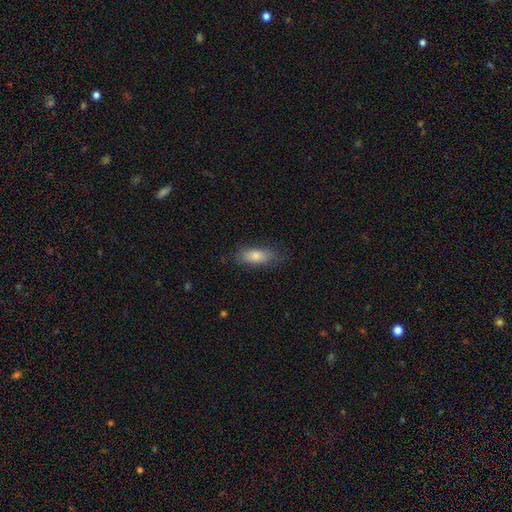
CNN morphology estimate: A smooth galaxy with no disk features (74%) that is in between round and cigar-shaped (76%). Merging: none (78%).